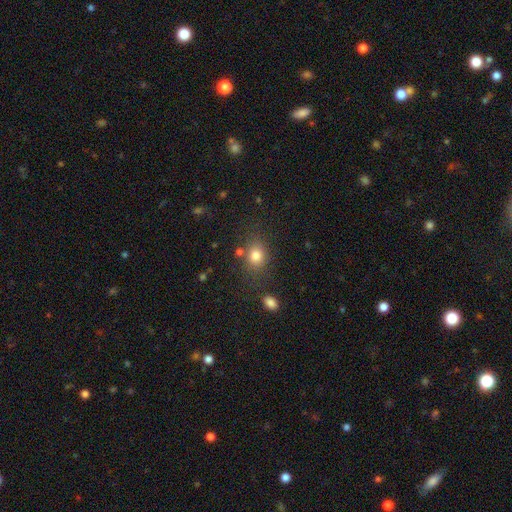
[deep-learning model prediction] Smooth or featured? Predicted: smooth (p=0.81). How rounded? Predicted: round (p=0.55). Merging? Predicted: none (p=0.73).